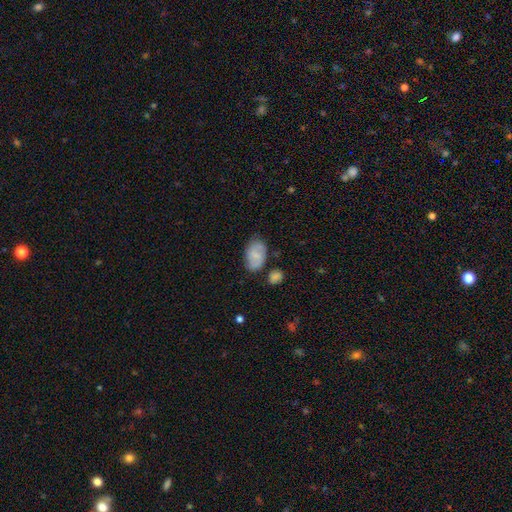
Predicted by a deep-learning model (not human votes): Smooth or featured: smooth — 70% (featured or disk — 23%)
How rounded: in between — 90% (round — 9%)
Merging: none — 64% (minor disturbance — 23%)